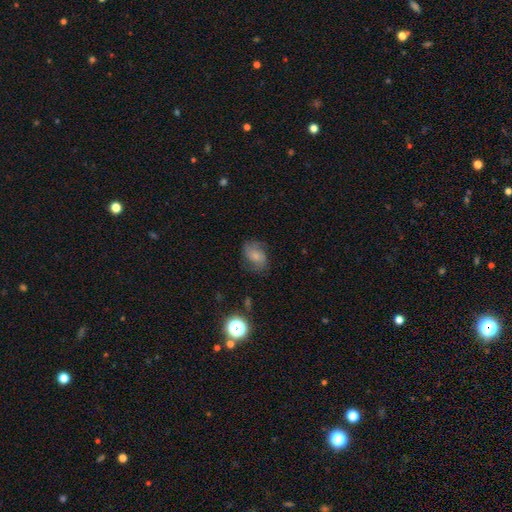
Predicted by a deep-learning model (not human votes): Morphology: type=smooth (51%); roundness=in between (71%); merging=none (62%).